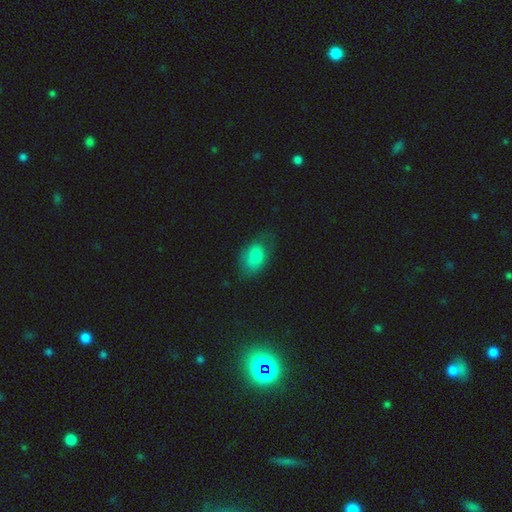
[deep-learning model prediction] Smooth or featured: smooth — 77% (featured or disk — 14%)
How rounded: in between — 83% (round — 15%)
Merging: none — 59% (minor disturbance — 29%)